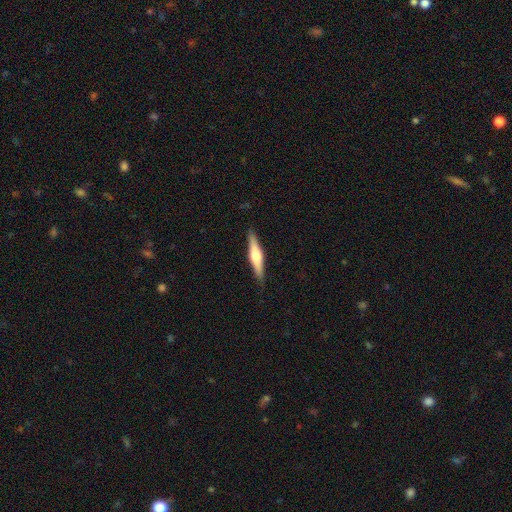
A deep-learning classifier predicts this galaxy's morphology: smooth_or_featured: featured or disk (p=0.61) [alt: smooth p=0.33]
disk_edge_on: yes (p=0.97) [alt: no p=0.03]
edge_on_bulge: rounded (p=0.91) [alt: boxy p=0.06]
merging: none (p=0.89) [alt: minor disturbance p=0.08]